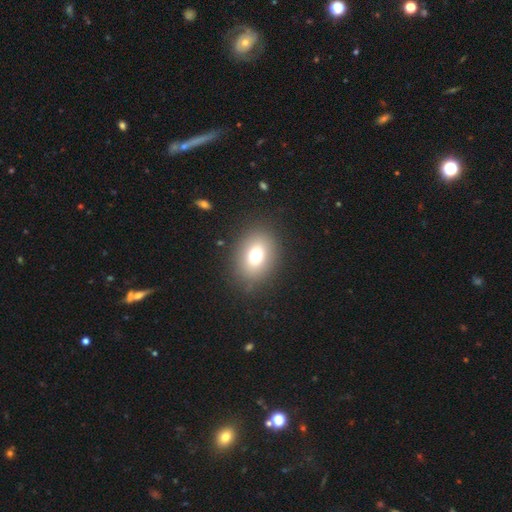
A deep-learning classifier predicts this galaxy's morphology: The model was most divided on "how rounded": in between: 63%, round: 36%, cigar-shaped: 1%. More confident: merging — none (86%); smooth or featured — smooth (72%).